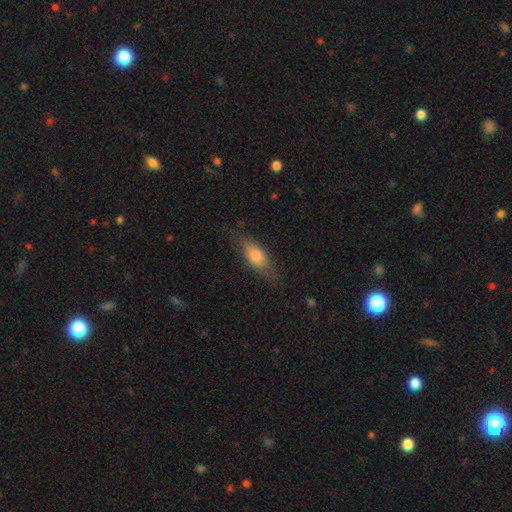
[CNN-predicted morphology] A smooth galaxy with no disk features (71%) that is in between round and cigar-shaped (67%).

Vote fractions:
- Smooth or featured? smooth: 71% / featured or disk: 22% / star or artifact: 7%
- How rounded? in between: 67% / cigar-shaped: 29% / round: 4%
- Merging? none: 75% / minor disturbance: 18% / major disturbance: 5% / merger: 1%